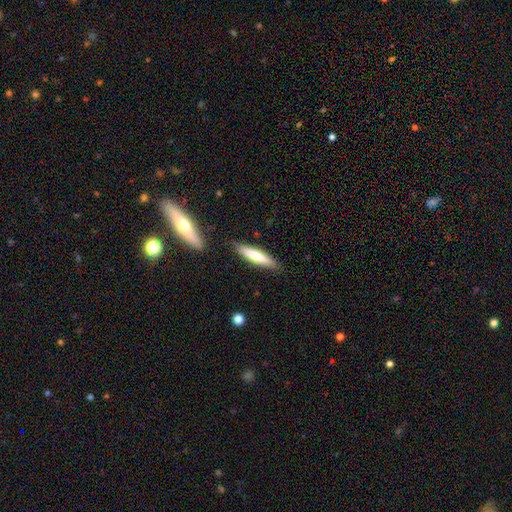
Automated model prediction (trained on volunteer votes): A smooth galaxy with no disk features (65%) that is cigar-shaped (84%). Merging: none (84%).